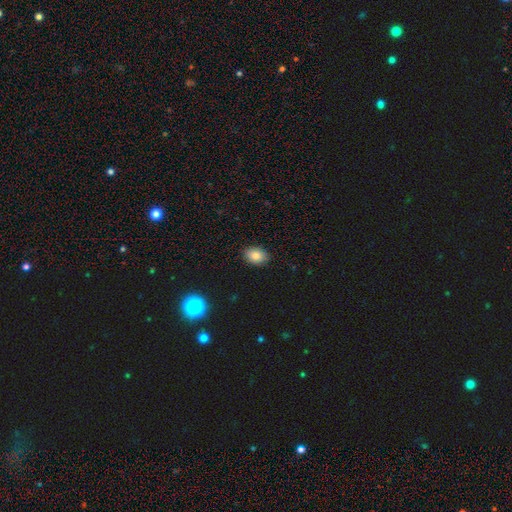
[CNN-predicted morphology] type=smooth (82%); roundness=in between (62%); merging=none (89%).